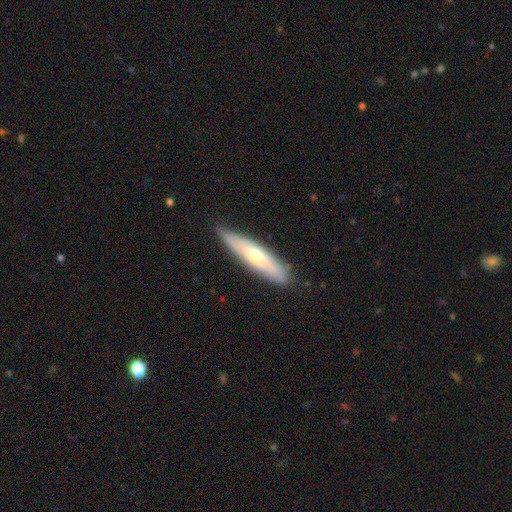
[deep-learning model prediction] A smooth galaxy with no disk features (52%) that is cigar-shaped (75%). Merging: none (82%).